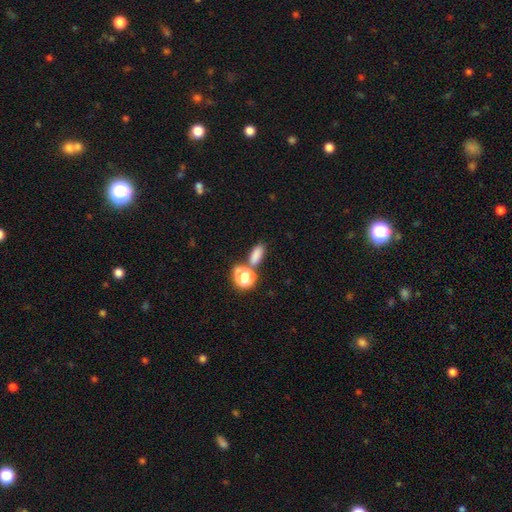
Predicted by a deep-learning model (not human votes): A smooth galaxy with no disk features (80%) that is in between round and cigar-shaped (72%).

Vote fractions:
- Smooth or featured? smooth: 80% / star or artifact: 14% / featured or disk: 6%
- How rounded? in between: 72% / round: 17% / cigar-shaped: 10%
- Merging? none: 66% / merger: 20% / minor disturbance: 11% / major disturbance: 4%